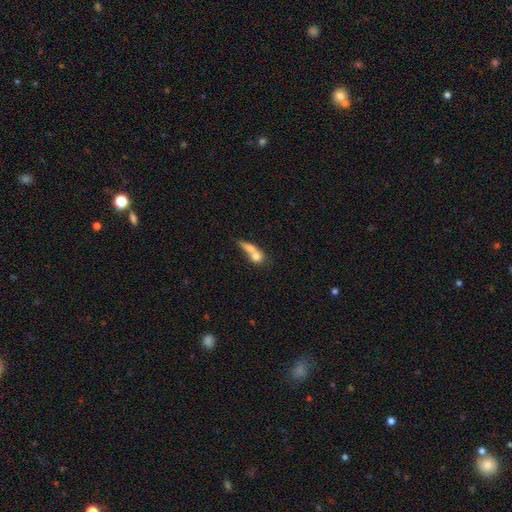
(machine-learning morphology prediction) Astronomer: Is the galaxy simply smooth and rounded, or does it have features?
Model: smooth — 68%.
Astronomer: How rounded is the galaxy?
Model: in between — 40% (runner-up: round, 38%).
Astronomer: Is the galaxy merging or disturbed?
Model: merger — 59%.